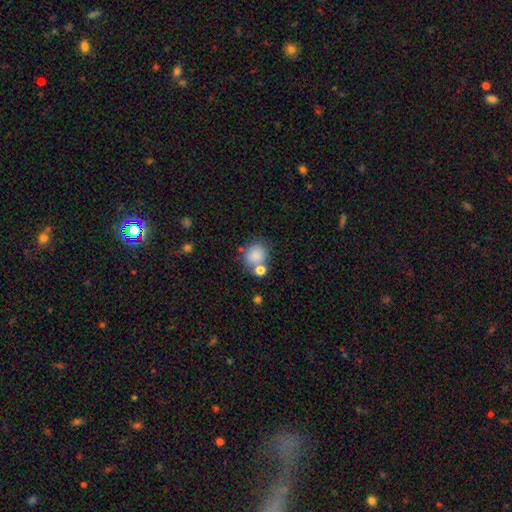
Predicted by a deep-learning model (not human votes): Morphology: type=smooth (83%); roundness=round (77%); merging=none (60%).